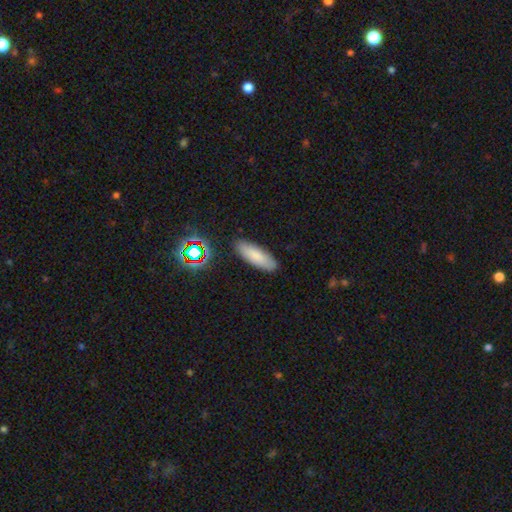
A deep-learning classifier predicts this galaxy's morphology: smooth-or-featured: smooth: 81% | featured or disk: 10% | star or artifact: 9%
  how-rounded: in between: 59% | cigar-shaped: 39% | round: 2%
  merging: none: 88% | minor disturbance: 9% | major disturbance: 2% | merger: 2%